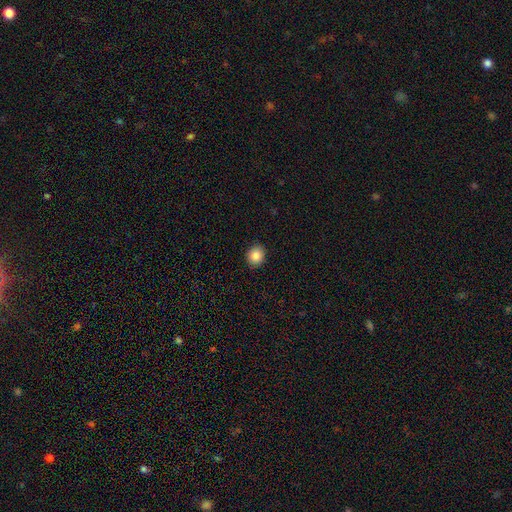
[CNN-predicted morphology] The model was most divided on "how rounded": round: 79%, in between: 20%, cigar-shaped: 1%. More confident: merging — none (91%); smooth or featured — smooth (87%).